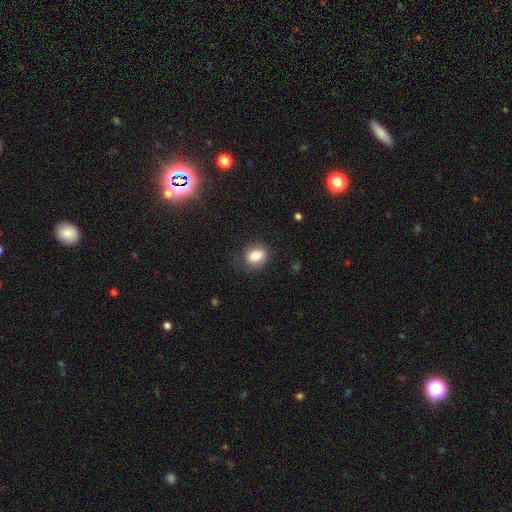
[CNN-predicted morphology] smooth-or-featured: smooth: 82% | featured or disk: 9% | star or artifact: 9%
  how-rounded: in between: 55% | round: 44% | cigar-shaped: 1%
  merging: none: 72% | minor disturbance: 19% | major disturbance: 8% | merger: 1%